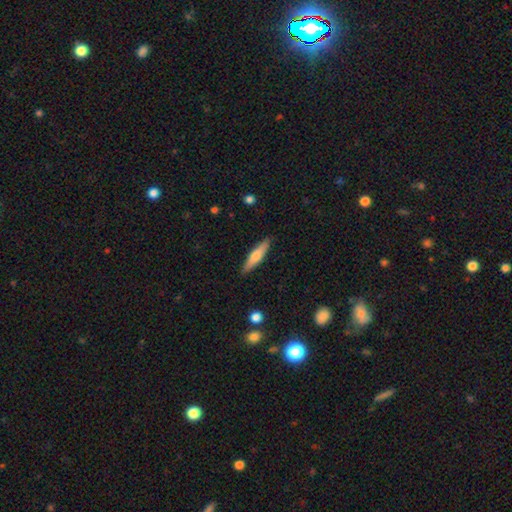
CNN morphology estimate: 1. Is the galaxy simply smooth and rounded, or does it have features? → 57% smooth, 38% featured or disk, 6% star or artifact.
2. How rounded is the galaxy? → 80% cigar-shaped, 19% in between, 2% round.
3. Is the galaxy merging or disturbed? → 89% none, 8% minor disturbance, 2% major disturbance, 1% merger.